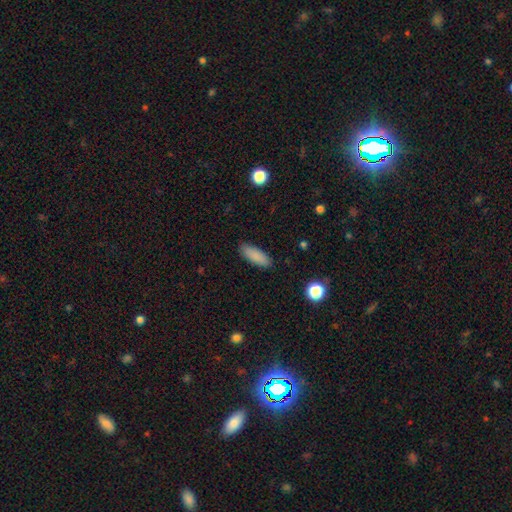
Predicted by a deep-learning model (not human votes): Smooth or featured? Predicted: smooth (p=0.88). How rounded? Predicted: in between (p=0.66). Merging? Predicted: none (p=0.88).